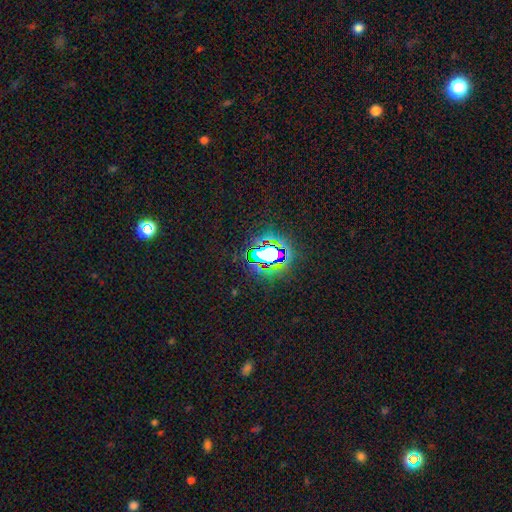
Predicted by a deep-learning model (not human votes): A star or artifact, not a galaxy (72%).